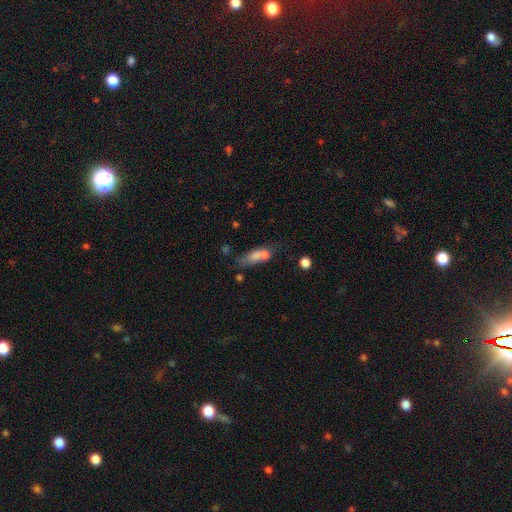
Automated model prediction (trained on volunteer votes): Morphology: type=smooth (69%); roundness=in between (64%); merging=merger (40%).